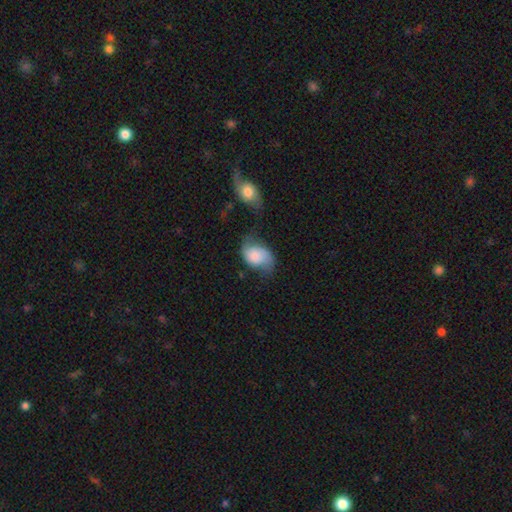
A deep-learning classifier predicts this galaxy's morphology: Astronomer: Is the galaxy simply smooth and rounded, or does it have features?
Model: smooth — 52% (runner-up: featured or disk, 41%).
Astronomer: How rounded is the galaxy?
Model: in between — 76%.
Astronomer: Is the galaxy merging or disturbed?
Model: none — 39% (runner-up: minor disturbance, 29%).